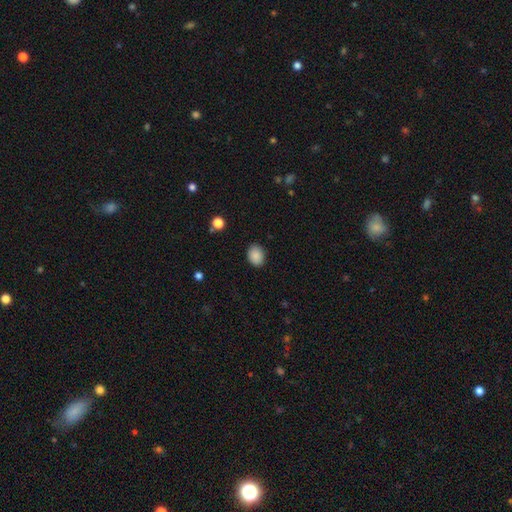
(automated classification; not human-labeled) The model was most divided on "how rounded": in between: 61%, round: 38%, cigar-shaped: 1%. More confident: smooth or featured — smooth (88%); merging — none (87%).